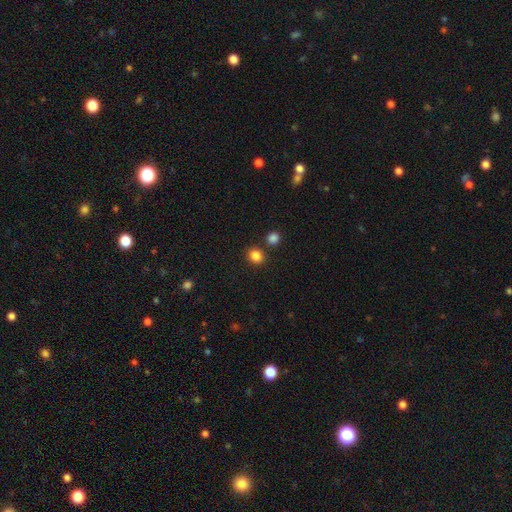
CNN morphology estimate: This appears to be a smooth galaxy with no disk features (85%) that is round (76%). Merging: none (81%).